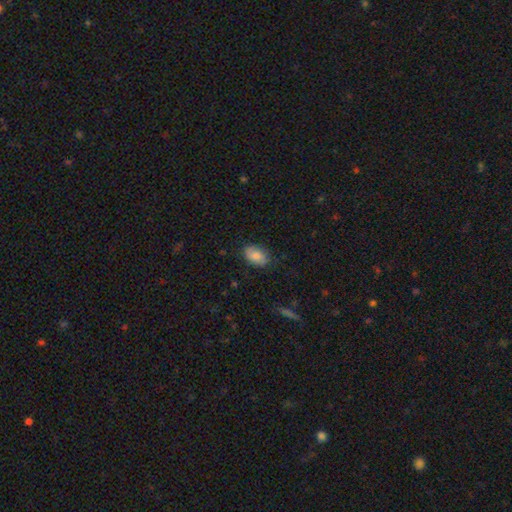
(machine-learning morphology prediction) Smooth or featured? smooth (82%)
How rounded? in between (89%)
Merging? none (78%)